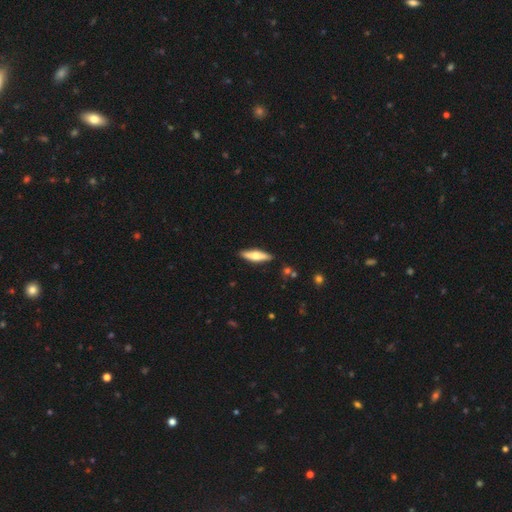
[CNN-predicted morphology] Smooth or featured? smooth (50%)
How rounded? cigar-shaped (66%)
Merging? none (88%)